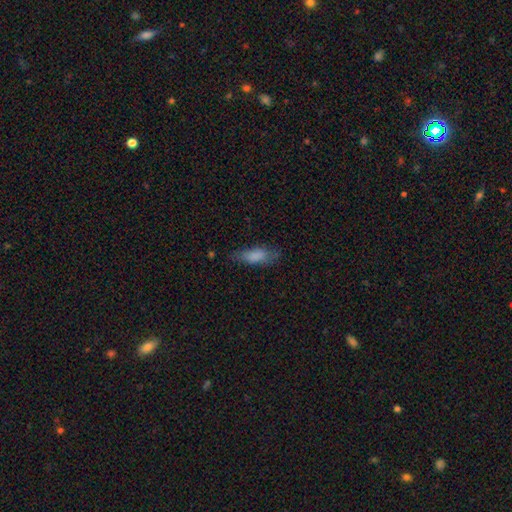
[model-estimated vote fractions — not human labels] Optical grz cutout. It shows a smooth galaxy with no disk features (80%) that is in between round and cigar-shaped (67%). Merging: none (68%).